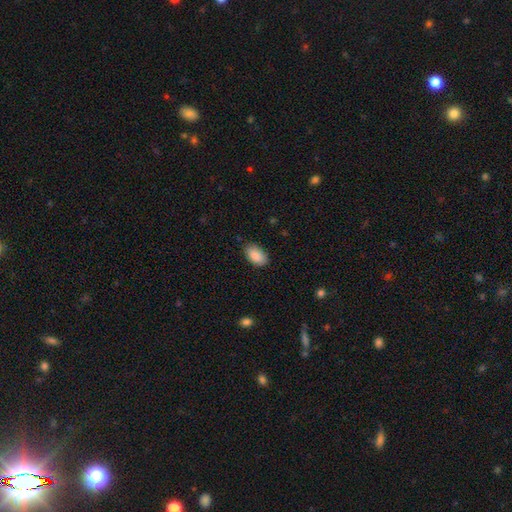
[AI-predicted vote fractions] smooth 88%, star or artifact 7%, featured or disk 5%. Down the decision tree: how rounded — in between (93%); merging — none (82%).